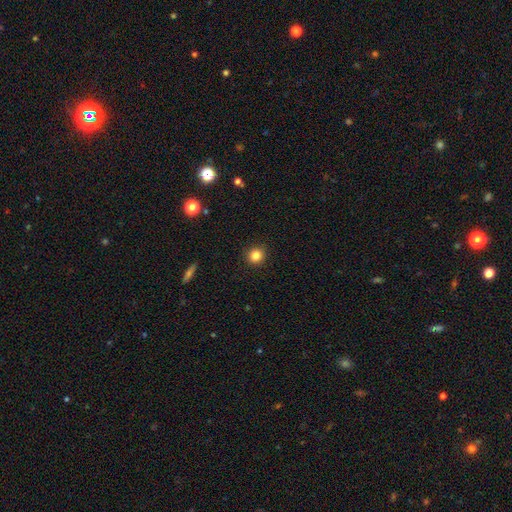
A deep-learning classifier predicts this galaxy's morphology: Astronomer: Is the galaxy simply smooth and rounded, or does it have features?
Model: smooth — 84%.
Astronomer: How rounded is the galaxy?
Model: round — 94%.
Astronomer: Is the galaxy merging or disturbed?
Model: none — 92%.